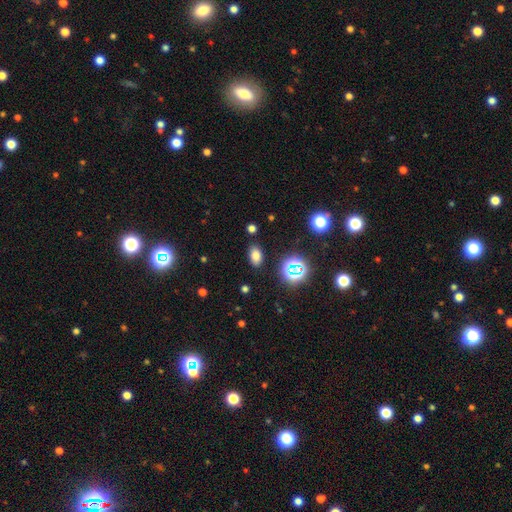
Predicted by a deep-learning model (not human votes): smooth_or_featured: smooth (p=0.73) [alt: star or artifact p=0.20]
how_rounded: in between (p=0.88) [alt: round p=0.10]
merging: none (p=0.86) [alt: minor disturbance p=0.09]